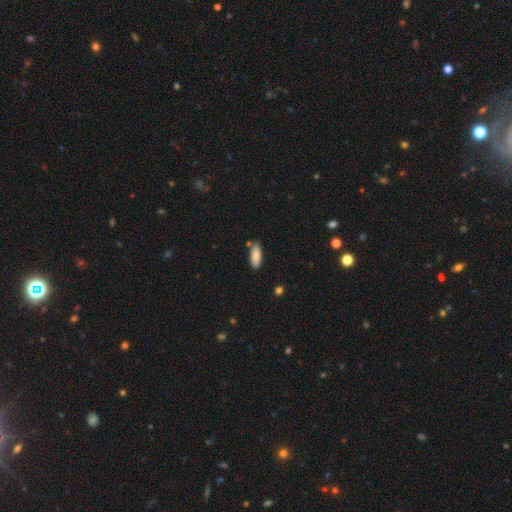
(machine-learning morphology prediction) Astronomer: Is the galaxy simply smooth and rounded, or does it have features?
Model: smooth — 85%.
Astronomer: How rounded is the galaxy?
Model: in between — 71%.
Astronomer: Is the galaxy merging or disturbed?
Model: none — 81%.